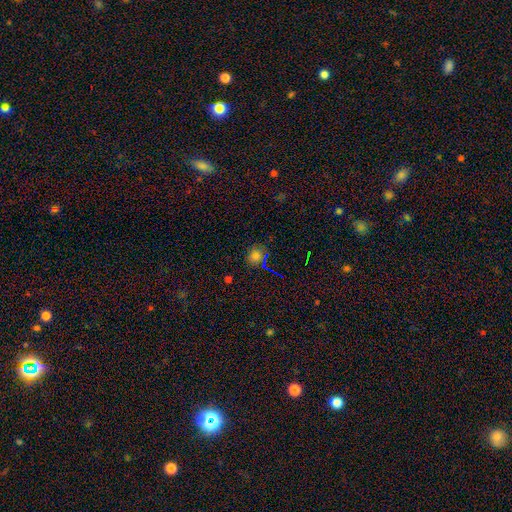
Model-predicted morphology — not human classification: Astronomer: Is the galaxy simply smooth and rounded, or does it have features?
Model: smooth — 64%.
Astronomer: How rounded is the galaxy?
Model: round — 76%.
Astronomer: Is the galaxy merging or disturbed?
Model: none — 81%.